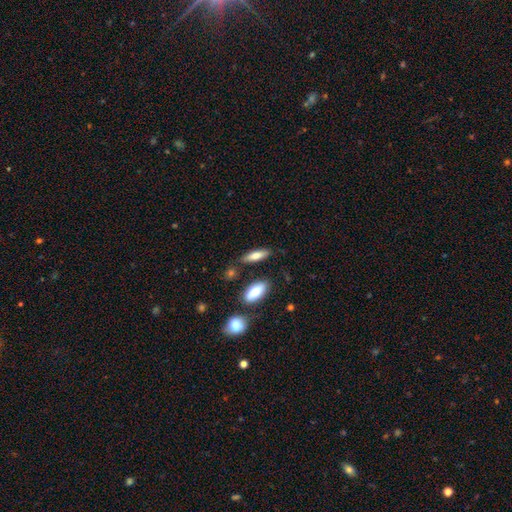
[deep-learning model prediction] smooth_or_featured: smooth (p=0.73) [alt: featured or disk p=0.20]
how_rounded: in between (p=0.52) [alt: cigar-shaped p=0.45]
merging: none (p=0.78) [alt: minor disturbance p=0.13]